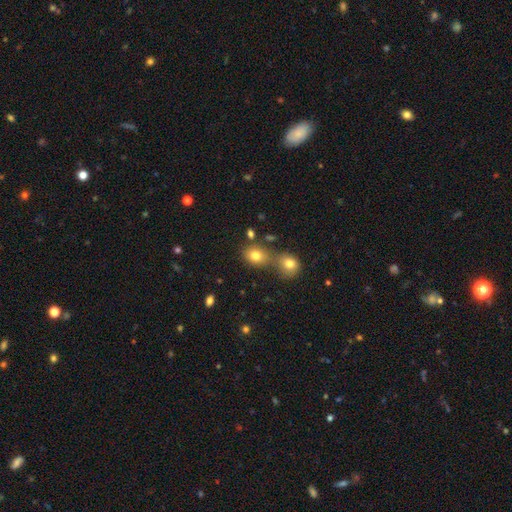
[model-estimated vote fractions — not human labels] Smooth or featured: smooth — 78% (star or artifact — 12%)
How rounded: round — 54% (in between — 45%)
Merging: none — 47% (merger — 40%)